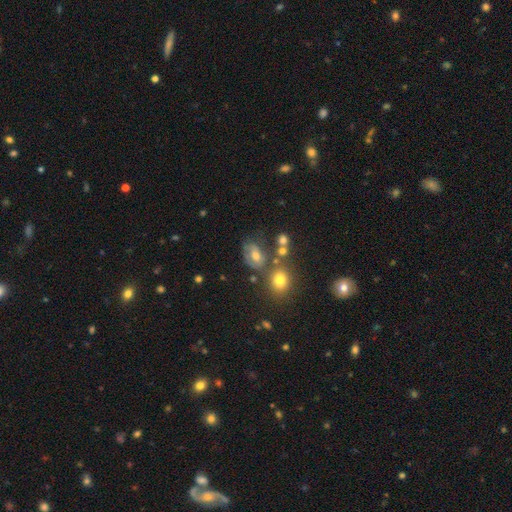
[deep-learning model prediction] The model was most divided on "smooth or featured": smooth: 51%, featured or disk: 33%, star or artifact: 15%. Remaining: how rounded — in between (71%); merging — none (49%).